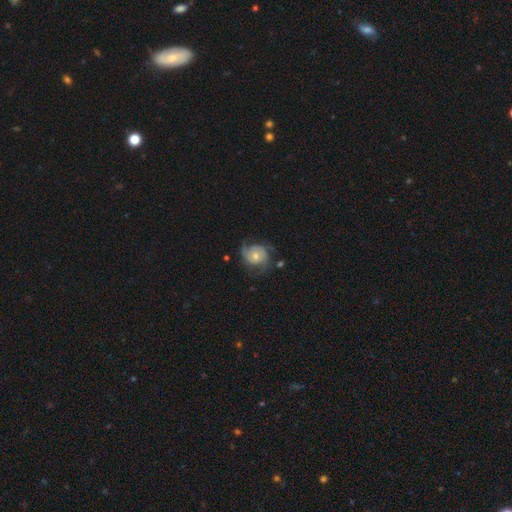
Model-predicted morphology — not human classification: type=featured or disk (76%); edge-on=no (98%); bar=no (75%); spiral arms=yes (94%); winding=medium (44%); arm count=2 (75%); bulge=moderate (54%); merging=none (64%).